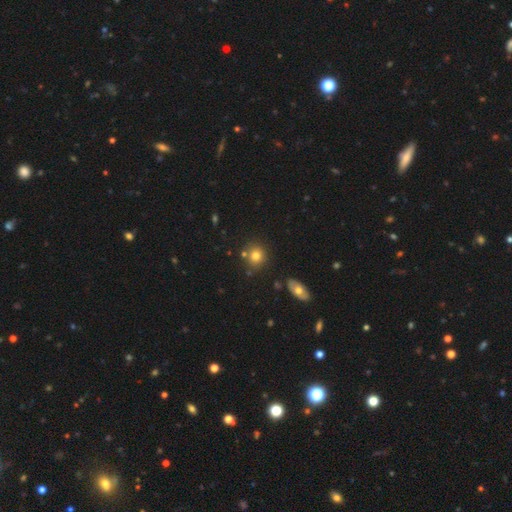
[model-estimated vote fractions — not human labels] A smooth galaxy with no disk features (77%) that is round (82%). Merging: none (76%).